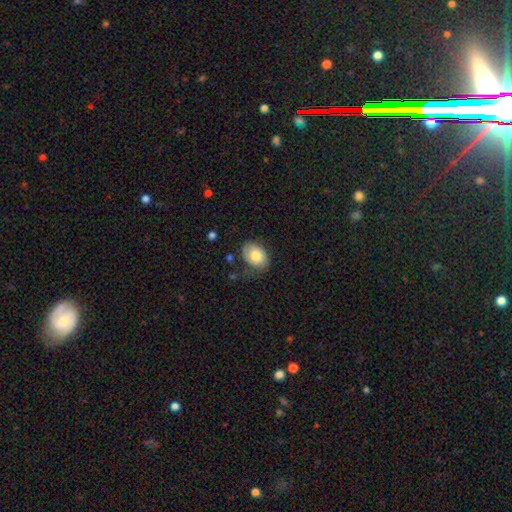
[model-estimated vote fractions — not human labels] smooth 70%, featured or disk 23%, star or artifact 7%. Down the decision tree: how rounded — in between (73%); merging — none (61%).